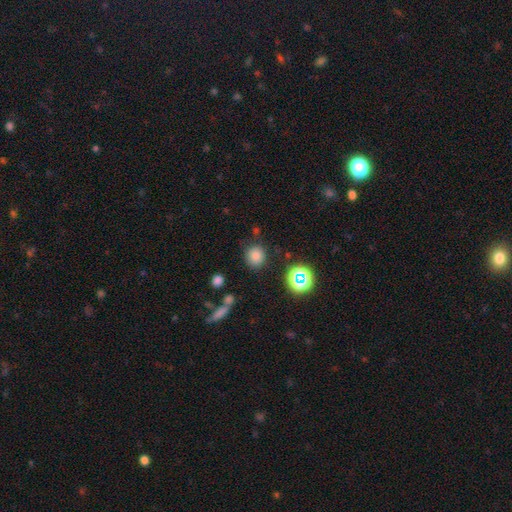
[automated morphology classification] This appears to be a smooth galaxy with no disk features (78%) that is round (81%). Merging: none (81%).